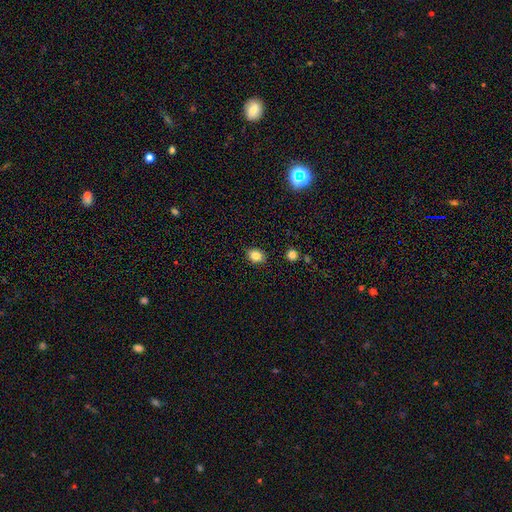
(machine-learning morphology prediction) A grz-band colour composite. It shows a smooth galaxy with no disk features (84%) that is in between round and cigar-shaped (50%). Merging: none (88%).